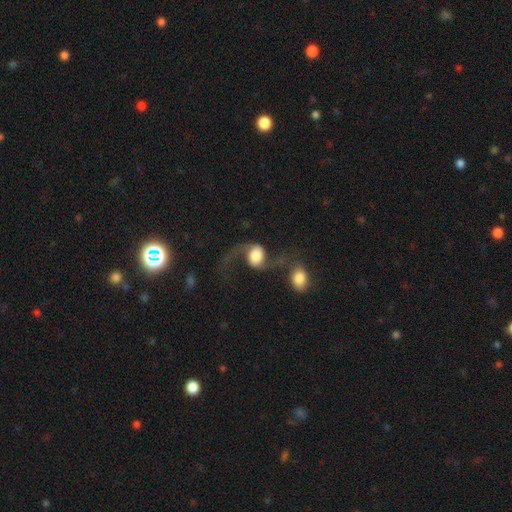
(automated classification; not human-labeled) A featured or disk galaxy (59%) with no bar (62%), spiral arms (88%) and a large central bulge (43%).

Vote fractions:
- Smooth or featured? featured or disk: 59% / smooth: 34% / star or artifact: 8%
- Edge-on disk? no: 96% / yes: 4%
- Bar? no: 62% / weak: 28% / strong: 10%
- Spiral arms? yes: 88% / no: 12%
- Bulge size? large: 43% / moderate: 23% / dominant: 23% / small: 7% / none: 4%
- Merging? major disturbance: 33% / none: 28% / merger: 26% / minor disturbance: 13%